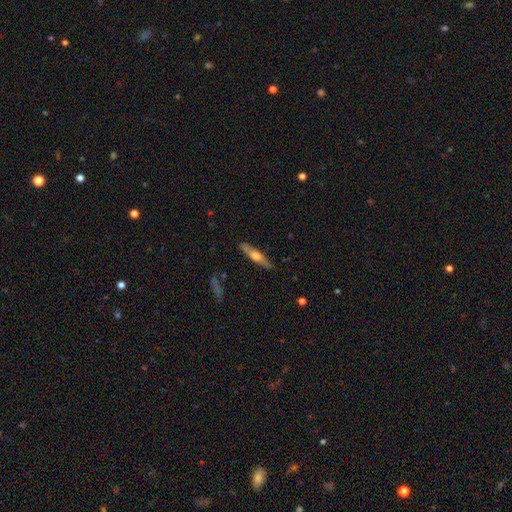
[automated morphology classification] Overall: smooth (47%, tied with featured or disk). Merging: none (82%).